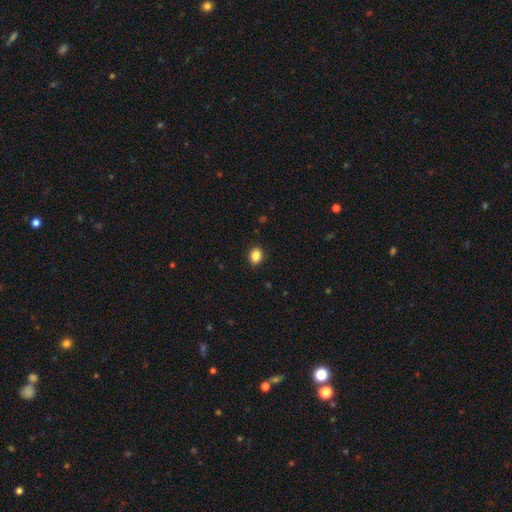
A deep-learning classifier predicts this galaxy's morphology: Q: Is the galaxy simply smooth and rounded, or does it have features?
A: smooth — 87%.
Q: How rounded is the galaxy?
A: in between — 63%.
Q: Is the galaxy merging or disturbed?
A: none — 89%.